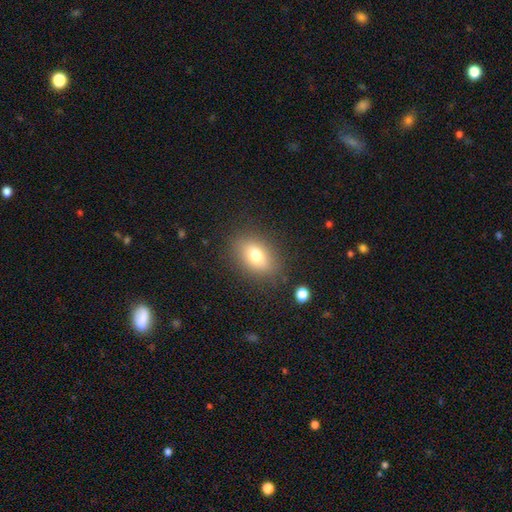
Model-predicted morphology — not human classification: Smooth or featured? Predicted: smooth (p=0.75). How rounded? Predicted: in between (p=0.81). Merging? Predicted: none (p=0.83).